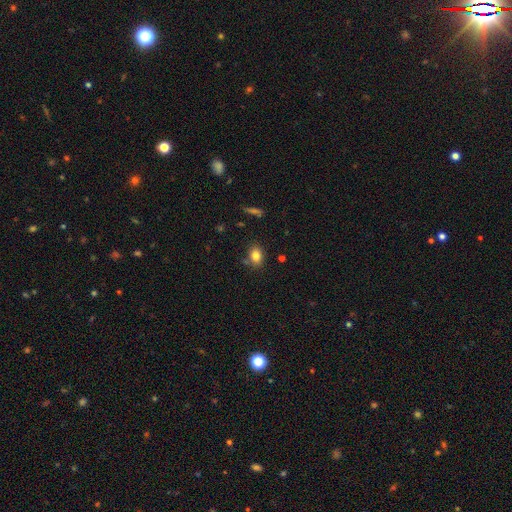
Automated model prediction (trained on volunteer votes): This appears to be a smooth galaxy with no disk features (82%) that is in between round and cigar-shaped (71%). Merging: none (77%).